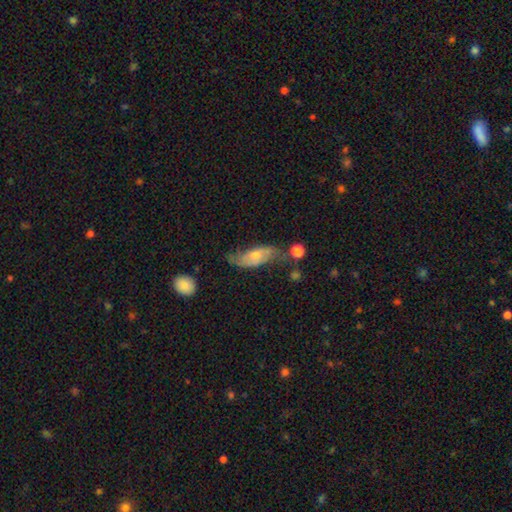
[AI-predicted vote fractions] The model was most divided on "smooth or featured": featured or disk: 48%, smooth: 45%, star or artifact: 7%. Remaining: merging — none (45%).